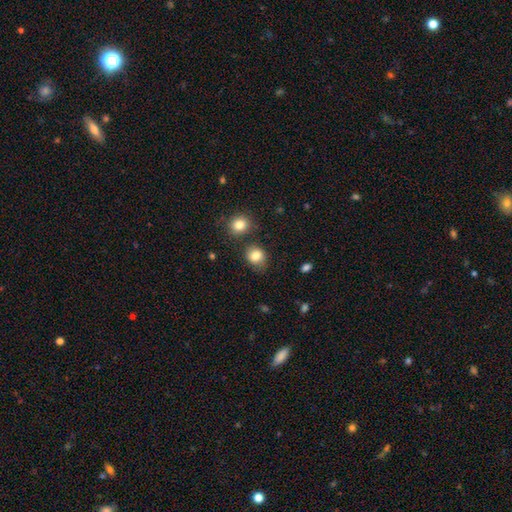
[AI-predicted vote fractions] smooth-or-featured: smooth: 82% | star or artifact: 11% | featured or disk: 7%
  how-rounded: round: 70% | in between: 29% | cigar-shaped: 1%
  merging: none: 74% | minor disturbance: 15% | merger: 7% | major disturbance: 4%